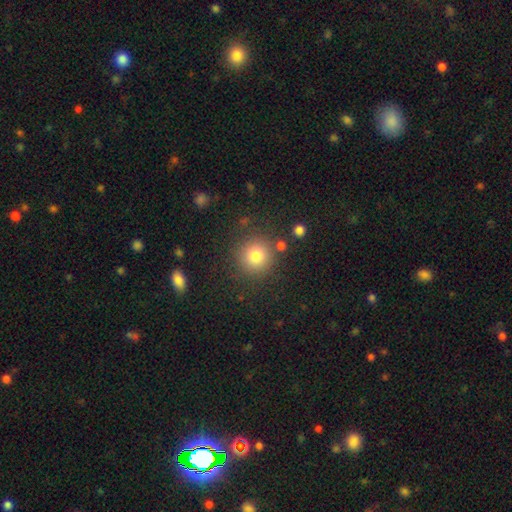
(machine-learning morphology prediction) Q: Smooth or featured?
A: smooth (79%); runner-up: star or artifact (12%)
Q: How rounded?
A: round (94%); runner-up: in between (6%)
Q: Merging?
A: none (85%); runner-up: minor disturbance (8%)